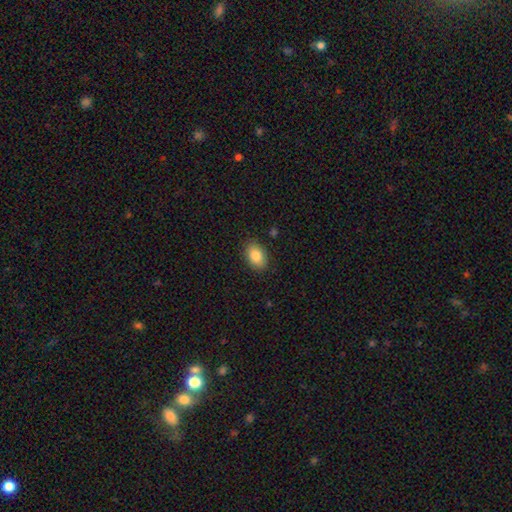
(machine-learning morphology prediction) Smooth or featured?
  - smooth: 85% *
  - star or artifact: 8%
  - featured or disk: 7%
How rounded?
  - in between: 85% *
  - round: 14%
  - cigar-shaped: 1%
Merging?
  - none: 87% *
  - minor disturbance: 10%
  - major disturbance: 2%
  - merger: 1%